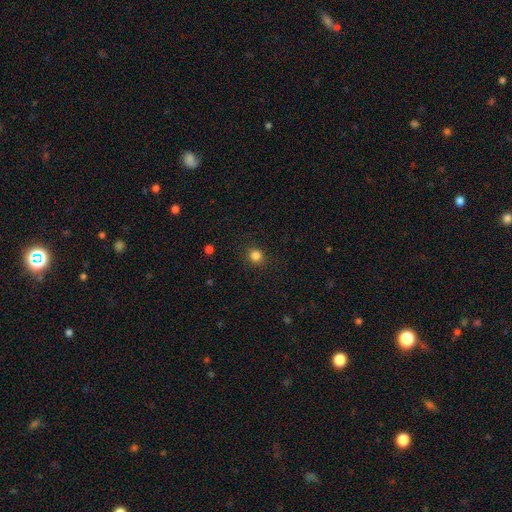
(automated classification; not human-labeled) Smooth or featured: smooth — 84% (star or artifact — 13%)
How rounded: round — 88% (in between — 11%)
Merging: none — 89% (minor disturbance — 7%)